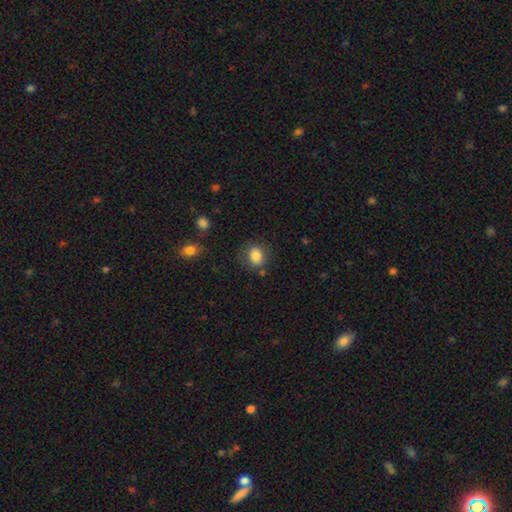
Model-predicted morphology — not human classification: smooth 84%, star or artifact 9%, featured or disk 7%. Down the decision tree: how rounded — round (53%); merging — none (74%).